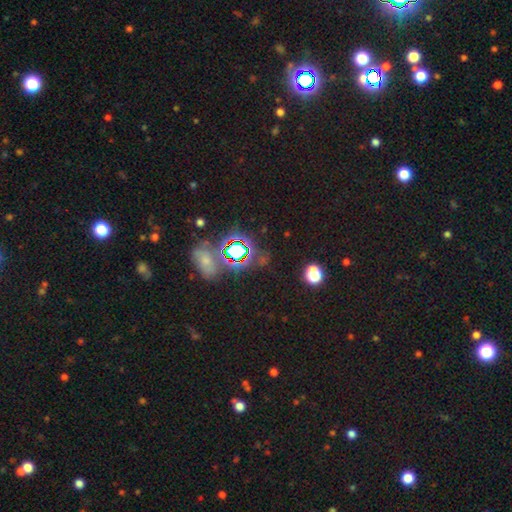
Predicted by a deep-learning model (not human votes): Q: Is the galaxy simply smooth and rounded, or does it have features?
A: star or artifact — 70%.